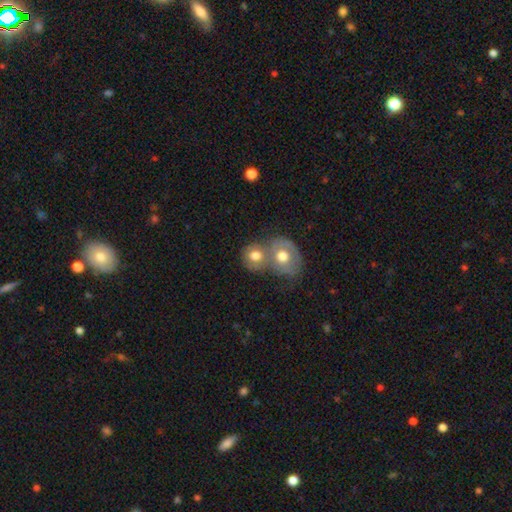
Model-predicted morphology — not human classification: The model was most divided on "smooth or featured": smooth: 64%, featured or disk: 28%, star or artifact: 8%. More confident: how rounded — round (68%); merging — merger (67%).